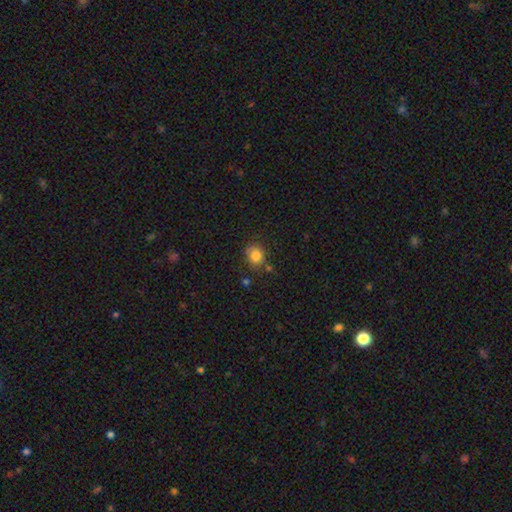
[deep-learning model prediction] smooth 83%, star or artifact 11%, featured or disk 6%. Down the decision tree: how rounded — round (75%); merging — none (72%).